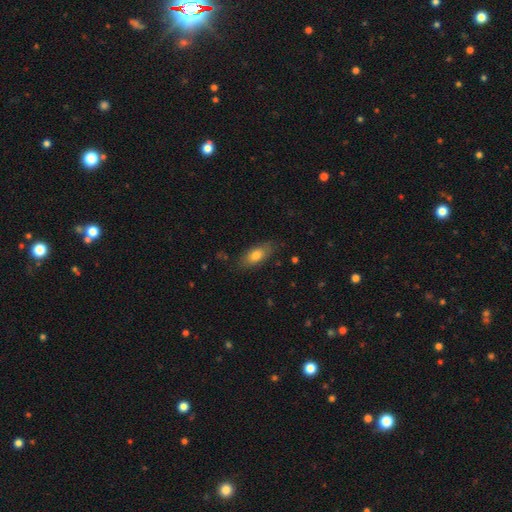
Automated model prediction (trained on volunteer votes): Smooth or featured? Predicted: smooth (p=0.75). How rounded? Predicted: in between (p=0.85). Merging? Predicted: none (p=0.77).